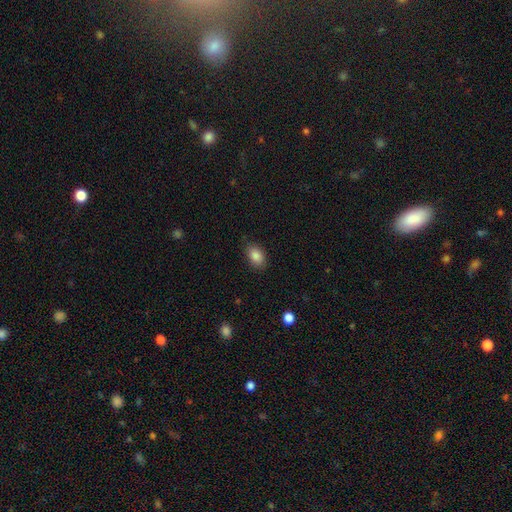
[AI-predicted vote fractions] smooth_or_featured: smooth (p=0.87) [alt: star or artifact p=0.08]
how_rounded: in between (p=0.87) [alt: round p=0.11]
merging: none (p=0.83) [alt: minor disturbance p=0.13]